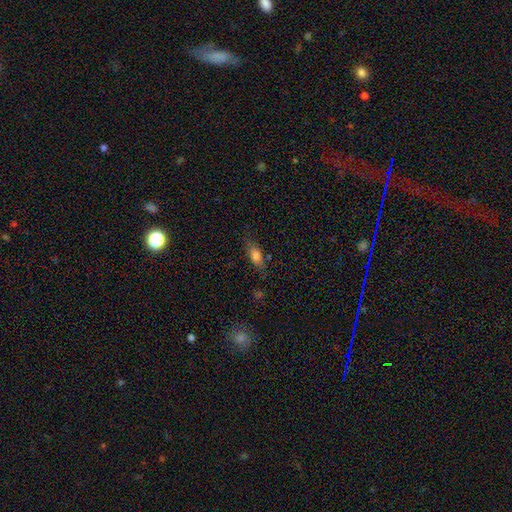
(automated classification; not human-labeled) Q: Smooth or featured?
A: smooth (75%); runner-up: featured or disk (15%)
Q: How rounded?
A: in between (76%); runner-up: cigar-shaped (19%)
Q: Merging?
A: none (73%); runner-up: minor disturbance (19%)